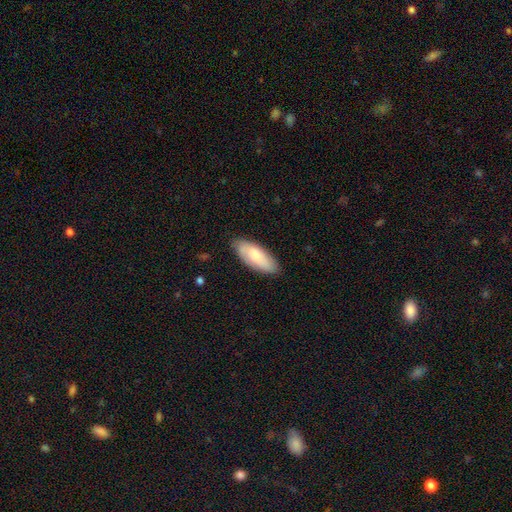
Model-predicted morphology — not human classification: type=smooth (75%); roundness=in between (78%); merging=none (80%).